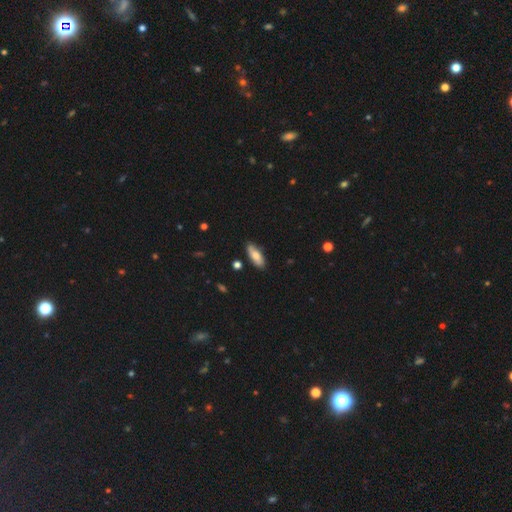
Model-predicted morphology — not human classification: The model was most divided on "how rounded": in between: 71%, cigar-shaped: 27%, round: 2%. More confident: merging — none (82%); smooth or featured — smooth (74%).